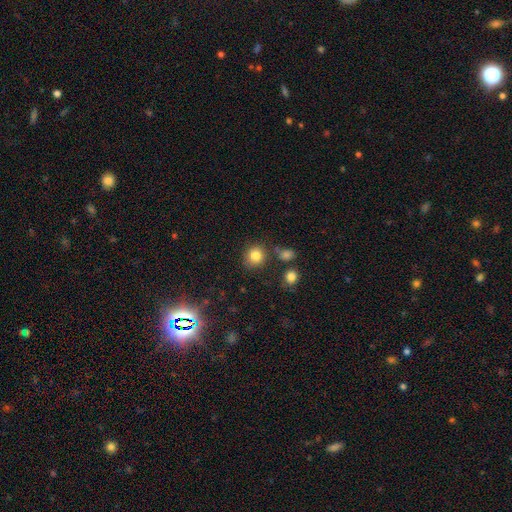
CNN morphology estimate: Overall: smooth (82%). How rounded: round (85%). Merging: none (79%).